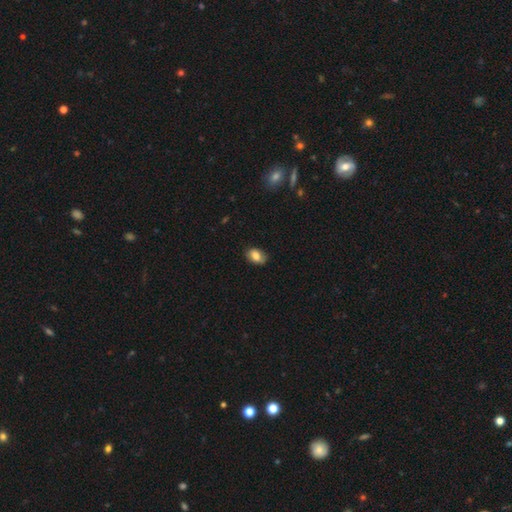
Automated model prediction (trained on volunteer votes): This is clearly a smooth galaxy (81%). How rounded: clearly in between (84%). Merging: likely none (77%).